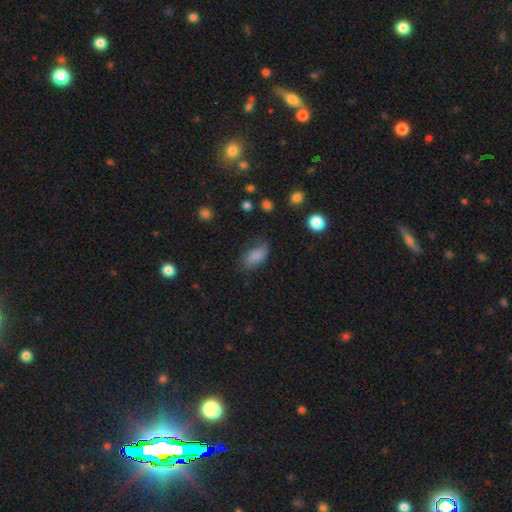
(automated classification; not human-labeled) Smooth or featured? Predicted: smooth (p=0.82). How rounded? Predicted: in between (p=0.91). Merging? Predicted: none (p=0.57).